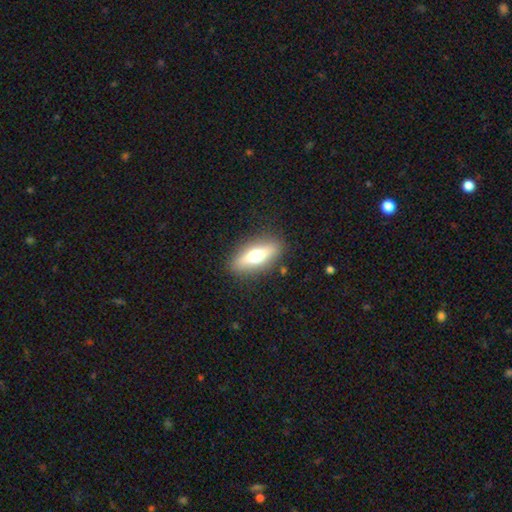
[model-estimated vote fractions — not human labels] Smooth or featured: smooth — 50% (featured or disk — 43%)
Merging: none — 87% (minor disturbance — 9%)